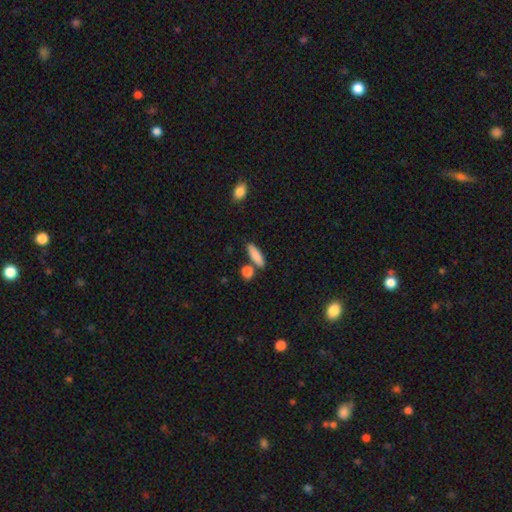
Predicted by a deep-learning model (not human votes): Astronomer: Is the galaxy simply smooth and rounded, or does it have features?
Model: smooth — 84%.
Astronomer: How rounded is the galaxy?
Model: cigar-shaped — 55% (runner-up: in between, 41%).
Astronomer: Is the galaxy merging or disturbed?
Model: none — 72%.